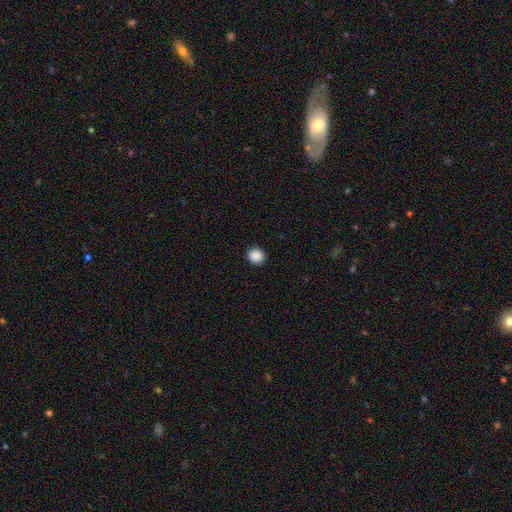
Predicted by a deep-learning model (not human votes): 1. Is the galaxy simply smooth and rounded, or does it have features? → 89% smooth, 9% star or artifact, 2% featured or disk.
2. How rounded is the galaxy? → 84% round, 15% in between, 1% cigar-shaped.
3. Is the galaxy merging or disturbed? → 92% none, 5% minor disturbance, 2% major disturbance, 1% merger.